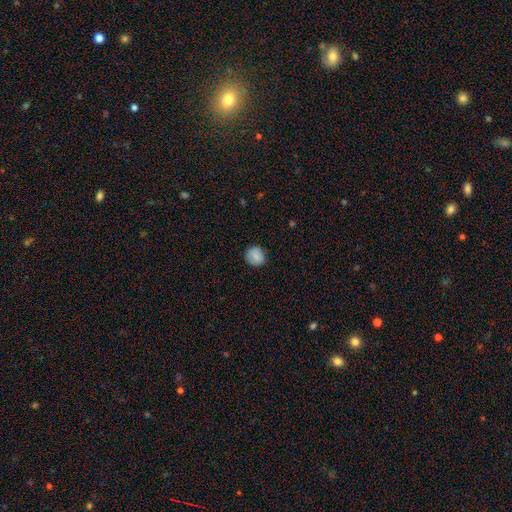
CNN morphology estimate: type=smooth (86%); roundness=round (86%); merging=none (86%).